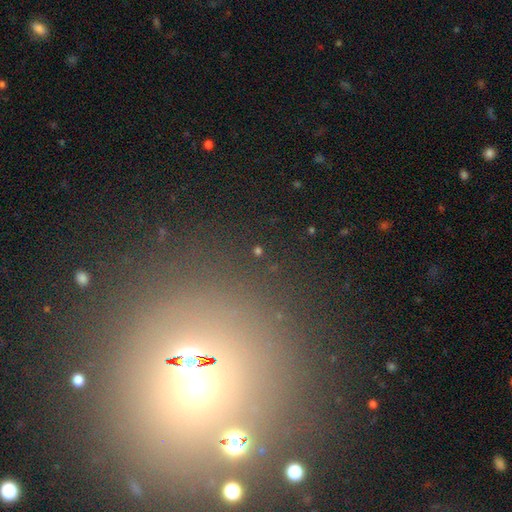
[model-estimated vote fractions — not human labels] star or artifact 55%, smooth 31%, featured or disk 14%.